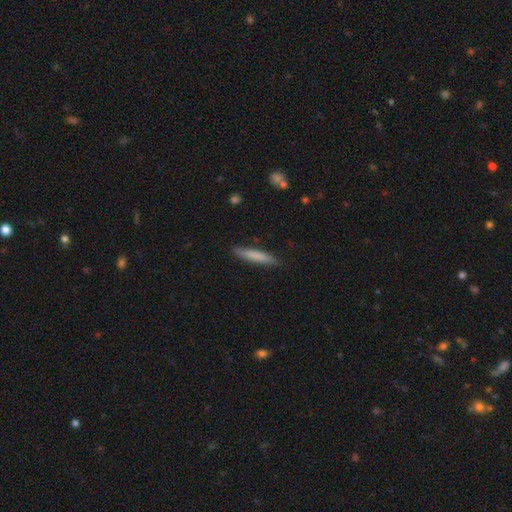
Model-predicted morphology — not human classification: smooth 75%, featured or disk 19%, star or artifact 6%. Down the decision tree: how rounded — cigar-shaped (92%); merging — none (88%).